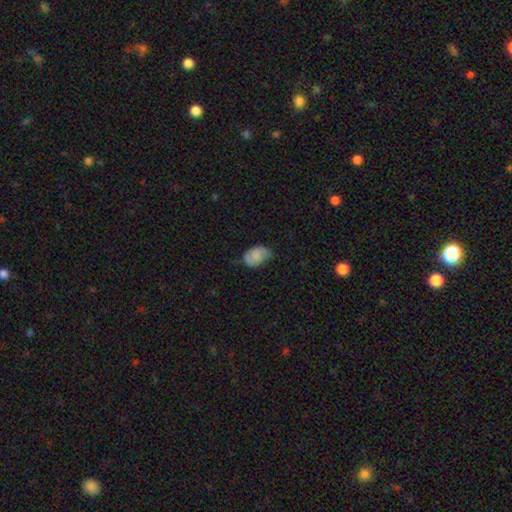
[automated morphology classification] smooth_or_featured: smooth (p=0.76) [alt: featured or disk p=0.16]
how_rounded: in between (p=0.87) [alt: round p=0.12]
merging: none (p=0.56) [alt: minor disturbance p=0.35]